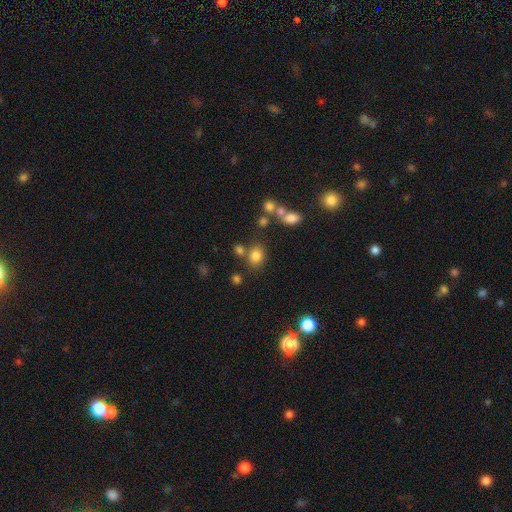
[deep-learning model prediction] Overall: smooth (79%). How rounded: round (52%; in between 47%). Merging: none (70%).